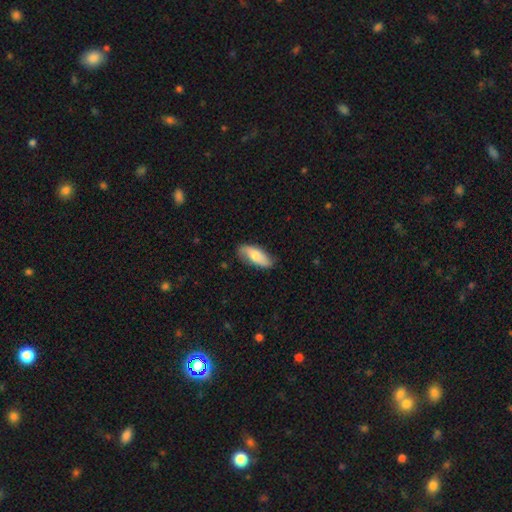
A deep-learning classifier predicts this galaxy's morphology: Overall: smooth (69%). How rounded: in between (77%). Merging: none (71%).